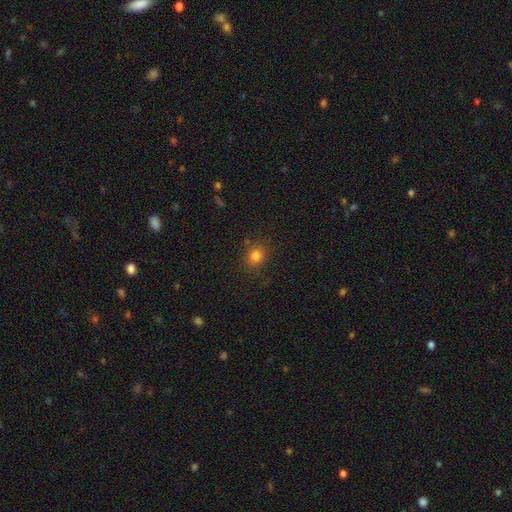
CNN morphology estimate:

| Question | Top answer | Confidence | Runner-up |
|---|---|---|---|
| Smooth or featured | smooth | 80% | star or artifact (14%) |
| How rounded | round | 65% | in between (34%) |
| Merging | none | 82% | minor disturbance (12%) |